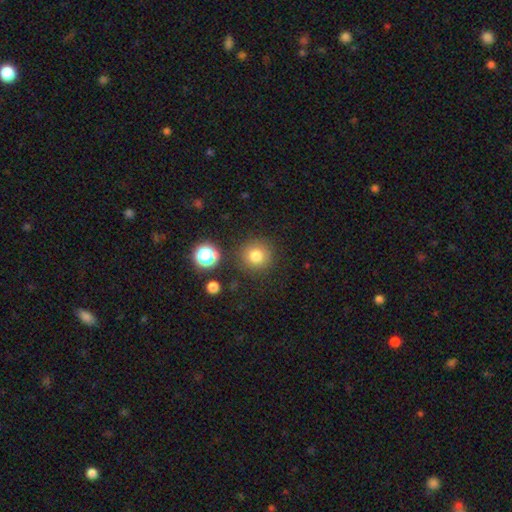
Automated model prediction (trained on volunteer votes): Smooth or featured? Predicted: smooth (p=0.79). How rounded? Predicted: round (p=0.94). Merging? Predicted: none (p=0.86).